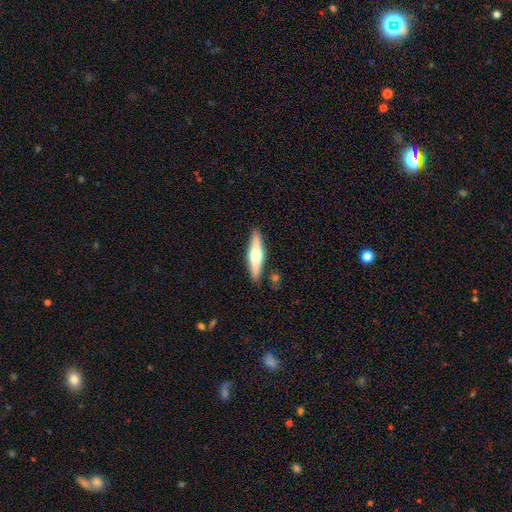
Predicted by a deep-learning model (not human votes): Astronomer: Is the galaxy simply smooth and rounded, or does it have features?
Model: featured or disk — 59% (runner-up: smooth, 36%).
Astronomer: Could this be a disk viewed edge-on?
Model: yes — 96%.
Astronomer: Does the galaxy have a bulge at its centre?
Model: rounded — 93%.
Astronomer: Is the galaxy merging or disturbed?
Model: none — 88%.